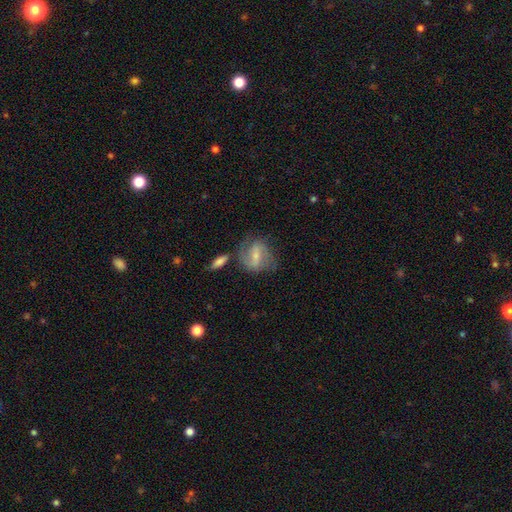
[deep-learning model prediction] Morphology: type=featured or disk (64%); edge-on=no (96%); bar=weak (48%); spiral arms=yes (86%); winding=medium (45%); arm count=2 (78%); bulge=small (56%); merging=none (60%).